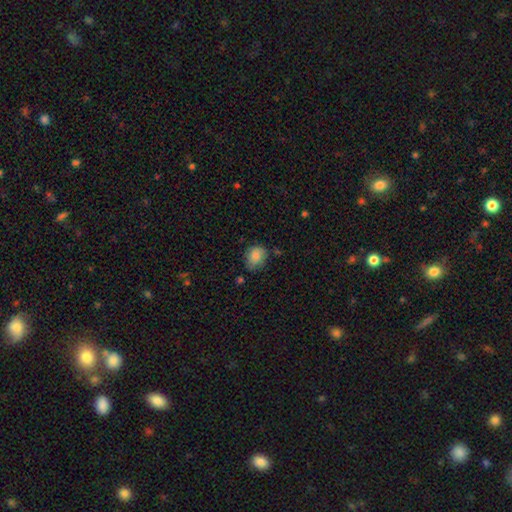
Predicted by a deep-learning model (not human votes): Smooth or featured? Predicted: smooth (p=0.82). How rounded? Predicted: round (p=0.51). Merging? Predicted: none (p=0.62).